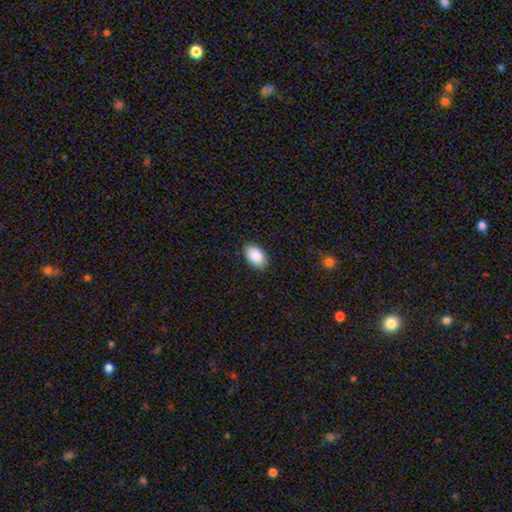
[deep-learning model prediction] smooth-or-featured: smooth: 89% | star or artifact: 7% | featured or disk: 4%
  how-rounded: in between: 92% | round: 7% | cigar-shaped: 1%
  merging: none: 87% | minor disturbance: 10% | major disturbance: 2% | merger: 1%